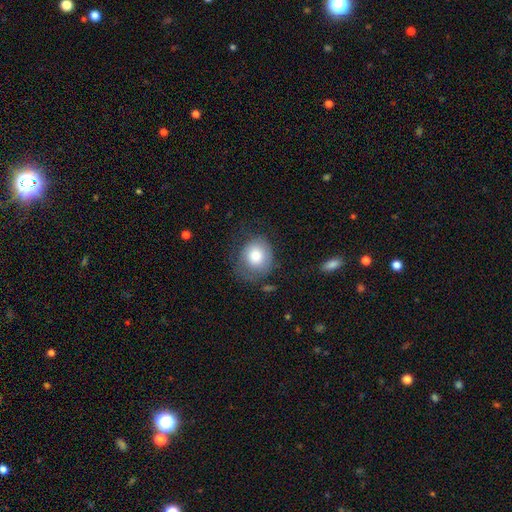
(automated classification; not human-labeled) smooth_or_featured: smooth (p=0.75) [alt: featured or disk p=0.17]
how_rounded: round (p=0.79) [alt: in between p=0.20]
merging: none (p=0.57) [alt: minor disturbance p=0.25]